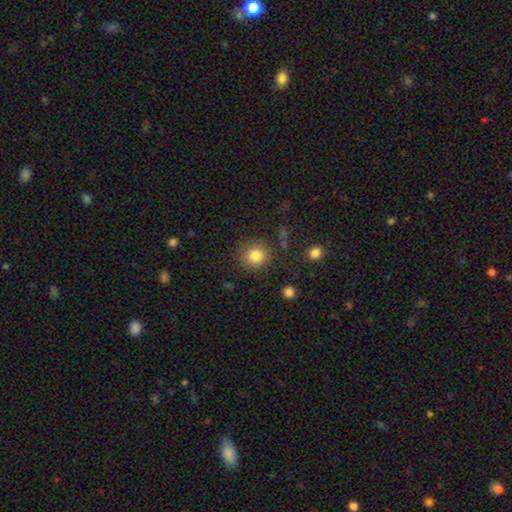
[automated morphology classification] A smooth galaxy with no disk features (82%) that is round (90%).

Vote fractions:
- Smooth or featured? smooth: 82% / star or artifact: 11% / featured or disk: 7%
- How rounded? round: 90% / in between: 9% / cigar-shaped: 1%
- Merging? none: 84% / minor disturbance: 9% / major disturbance: 4% / merger: 3%